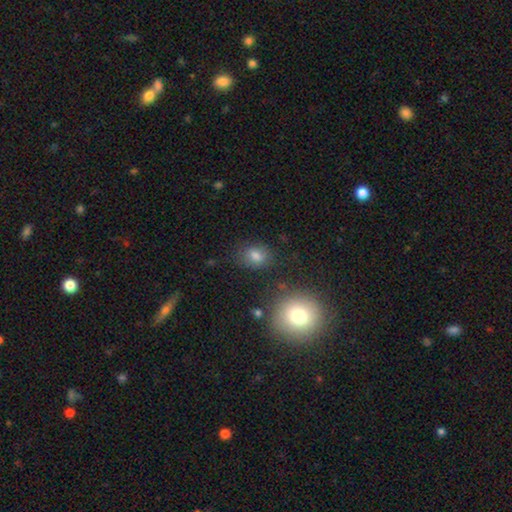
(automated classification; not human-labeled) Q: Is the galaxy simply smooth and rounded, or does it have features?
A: smooth — 78%.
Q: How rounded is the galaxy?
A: in between — 58%.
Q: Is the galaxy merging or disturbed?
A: none — 76%.